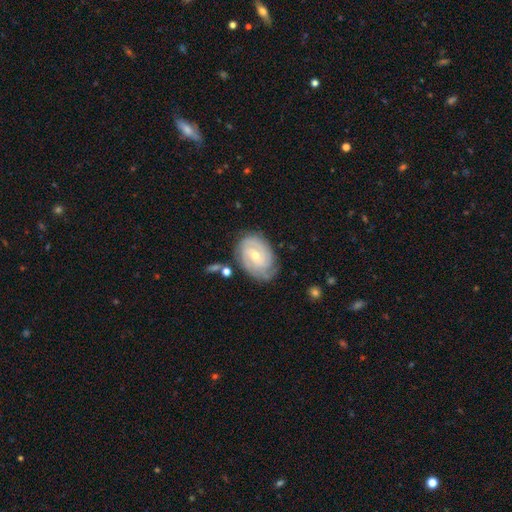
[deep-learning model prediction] The model was most divided on "bulge size": moderate: 49%, small: 48%, large: 1%, none: 1%, dominant: 1%. Remaining: edge-on disk — no (97%); spiral arms — yes (96%); smooth or featured — featured or disk (84%); merging — none (74%); spiral winding — tight (71%); bar — no (46%); spiral arm count — 3 (29%).